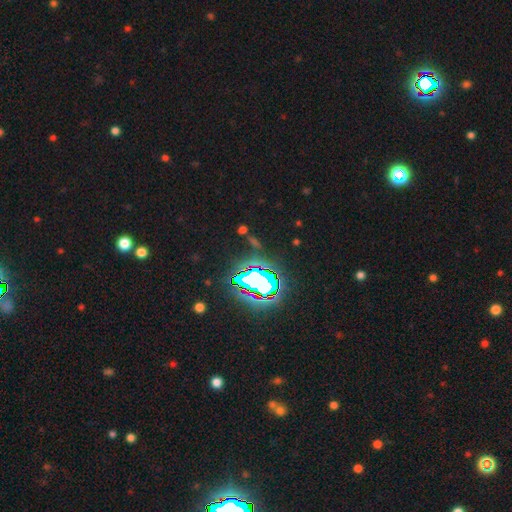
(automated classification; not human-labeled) Morphology: type=star or artifact (83%).